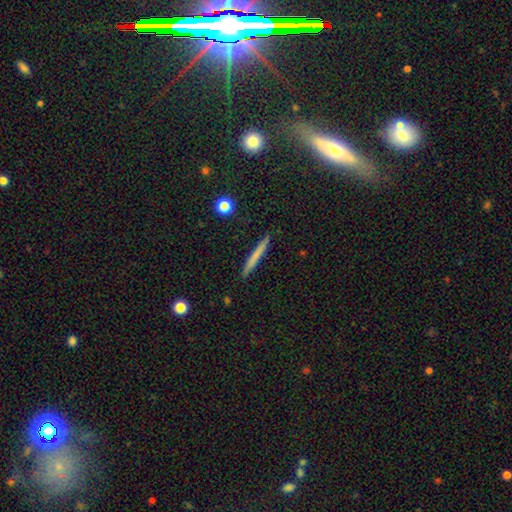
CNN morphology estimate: Smooth or featured? smooth (64%)
How rounded? cigar-shaped (96%)
Merging? none (90%)